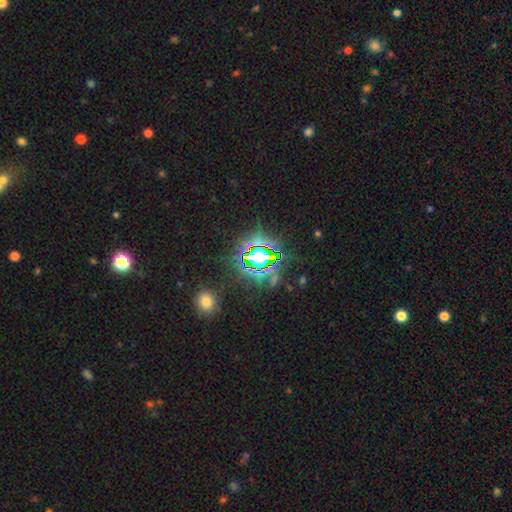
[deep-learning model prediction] smooth-or-featured: star or artifact: 78% | smooth: 13% | featured or disk: 9%